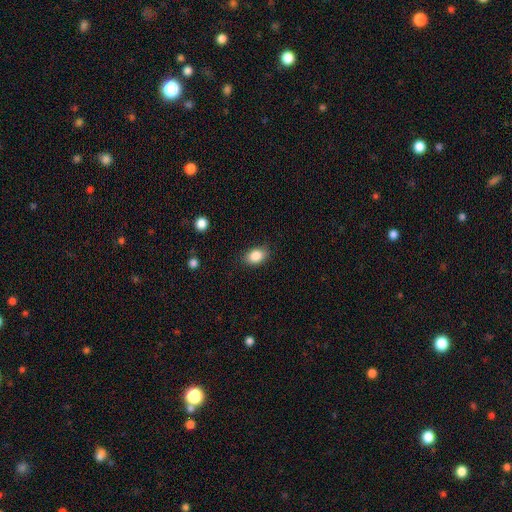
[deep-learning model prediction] Q: Smooth or featured?
A: smooth (86%); runner-up: star or artifact (8%)
Q: How rounded?
A: in between (80%); runner-up: round (19%)
Q: Merging?
A: none (84%); runner-up: minor disturbance (12%)